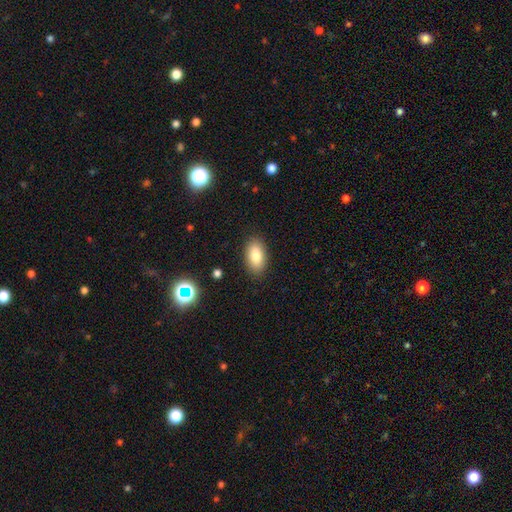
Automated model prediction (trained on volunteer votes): Overall: smooth (81%). How rounded: in between (92%). Merging: none (88%).